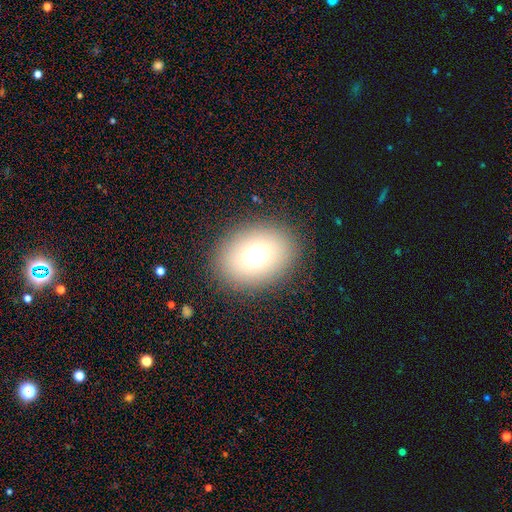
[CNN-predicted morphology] smooth_or_featured: smooth (p=0.70) [alt: star or artifact p=0.16]
how_rounded: in between (p=0.55) [alt: round p=0.44]
merging: none (p=0.87) [alt: minor disturbance p=0.07]